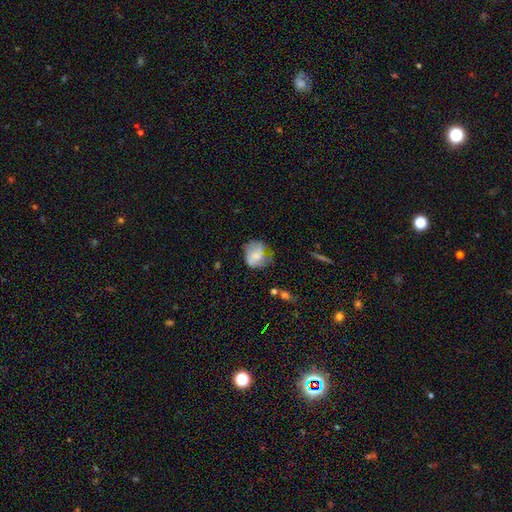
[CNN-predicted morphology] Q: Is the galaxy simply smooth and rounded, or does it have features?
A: smooth — 68%.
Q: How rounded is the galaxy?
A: round — 68%.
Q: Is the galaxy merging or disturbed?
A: none — 46%.